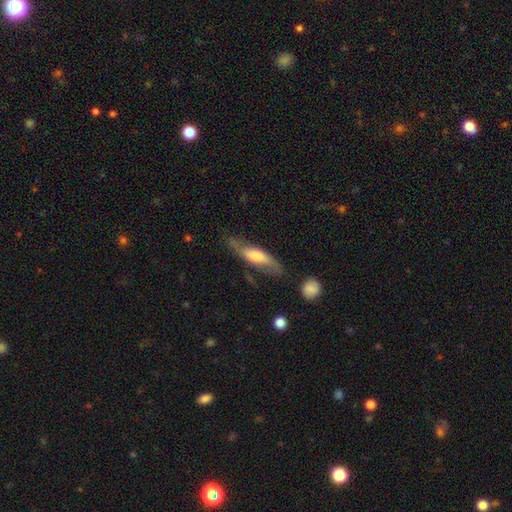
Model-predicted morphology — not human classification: The model was most divided on "edge-on disk" (2-way tie): no: 50%, yes: 50%. More confident: merging — none (67%); smooth or featured — featured or disk (51%).